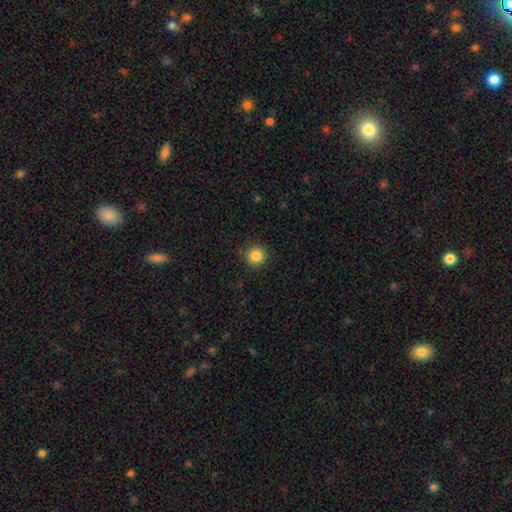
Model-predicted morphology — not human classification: type=smooth (85%); roundness=round (93%); merging=none (90%).